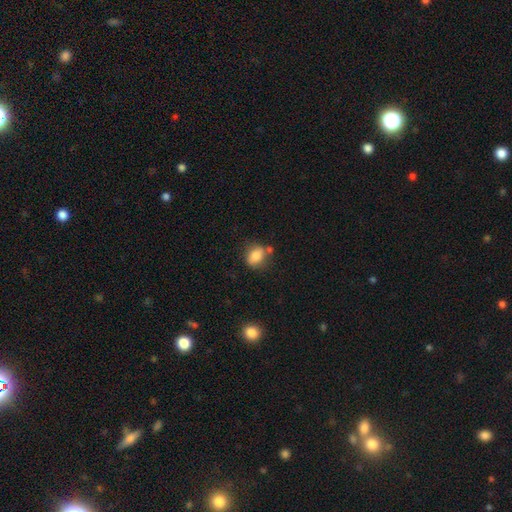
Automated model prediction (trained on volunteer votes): This is likely a smooth galaxy (79%). How rounded: possibly in between (52%). Merging: possibly none (59%).